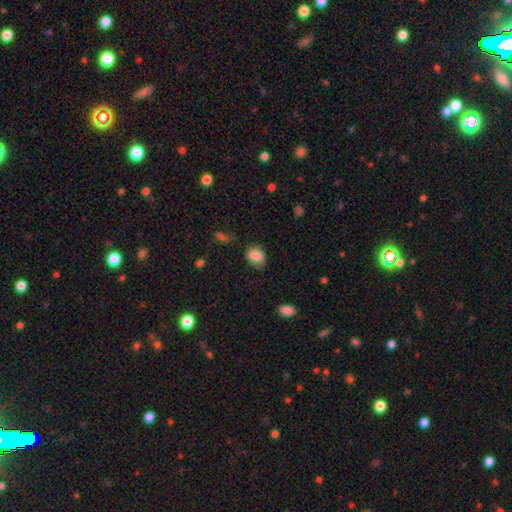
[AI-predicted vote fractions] This appears to be a smooth galaxy with no disk features (84%) that is in between round and cigar-shaped (54%). Merging: none (68%).